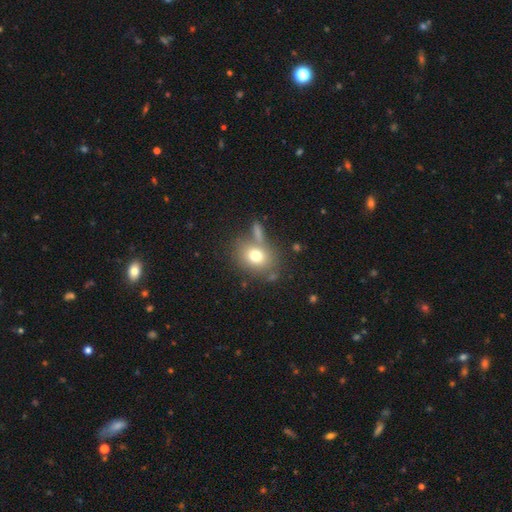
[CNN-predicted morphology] smooth 74%, featured or disk 15%, star or artifact 11%. Down the decision tree: how rounded — round (50%); merging — none (63%).